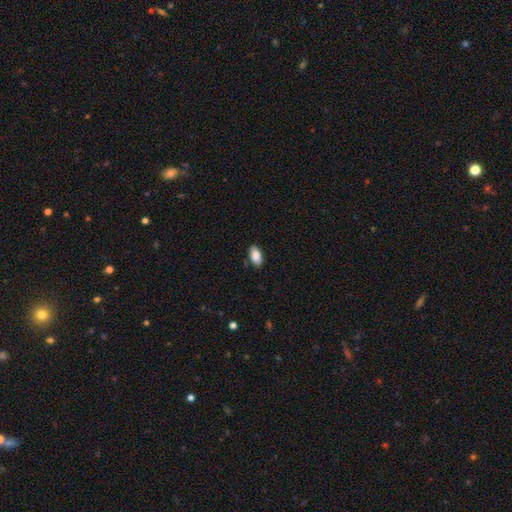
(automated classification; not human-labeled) Smooth or featured? Predicted: smooth (p=0.88). How rounded? Predicted: in between (p=0.93). Merging? Predicted: none (p=0.84).